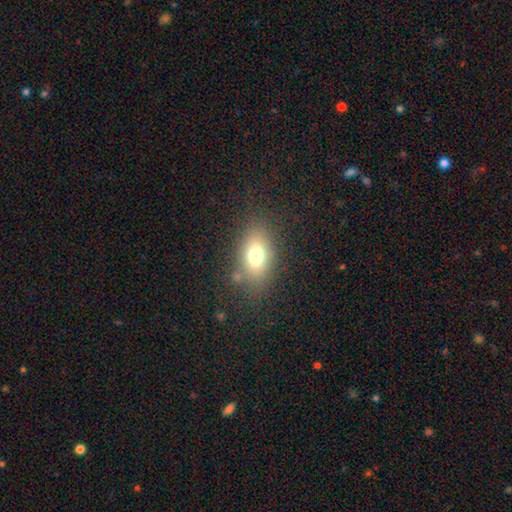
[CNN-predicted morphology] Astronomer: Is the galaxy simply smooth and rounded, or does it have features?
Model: smooth — 73%.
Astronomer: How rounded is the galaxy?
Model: in between — 80%.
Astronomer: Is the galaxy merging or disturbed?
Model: none — 77%.